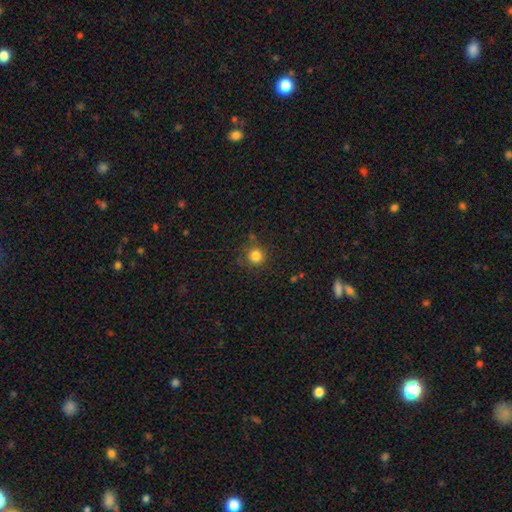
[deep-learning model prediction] smooth-or-featured: smooth: 82% | star or artifact: 13% | featured or disk: 5%
  how-rounded: round: 94% | in between: 5% | cigar-shaped: 1%
  merging: none: 82% | minor disturbance: 11% | major disturbance: 4% | merger: 3%